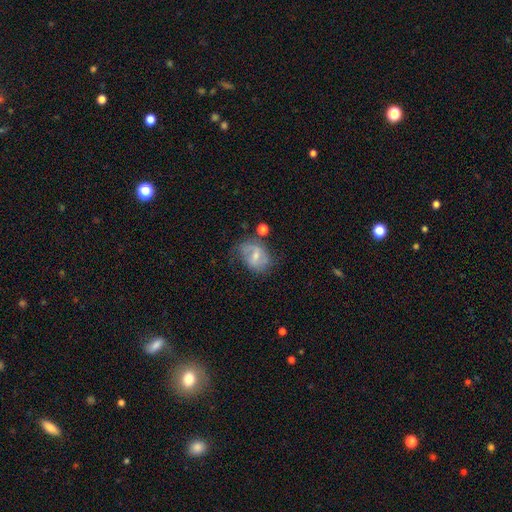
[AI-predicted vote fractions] A featured or disk galaxy (59%) with a weak bar (51%), spiral arms (73%) and a small central bulge (46%). Merging: none (51%).